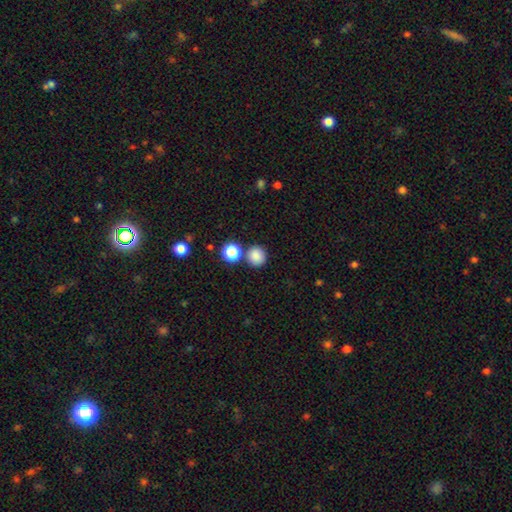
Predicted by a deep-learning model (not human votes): Smooth or featured? smooth (84%)
How rounded? round (92%)
Merging? none (77%)